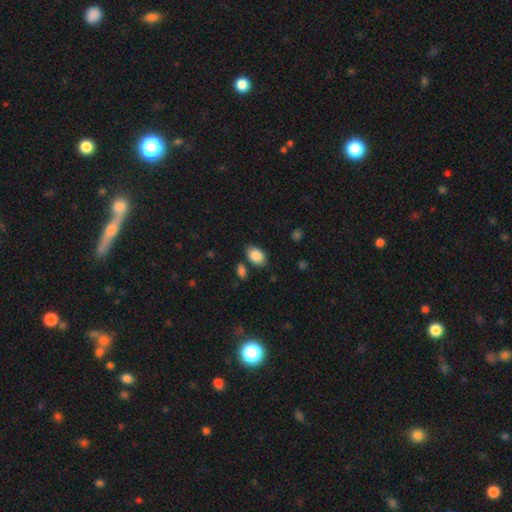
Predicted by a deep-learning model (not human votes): The model was most divided on "merging": none: 78%, minor disturbance: 12%, merger: 6%, major disturbance: 3%. More confident: how rounded — in between (89%); smooth or featured — smooth (87%).